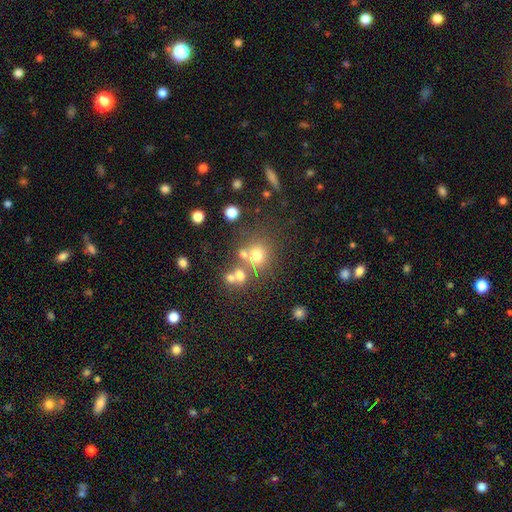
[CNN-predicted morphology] Smooth or featured? smooth (64%)
How rounded? round (83%)
Merging? none (58%)